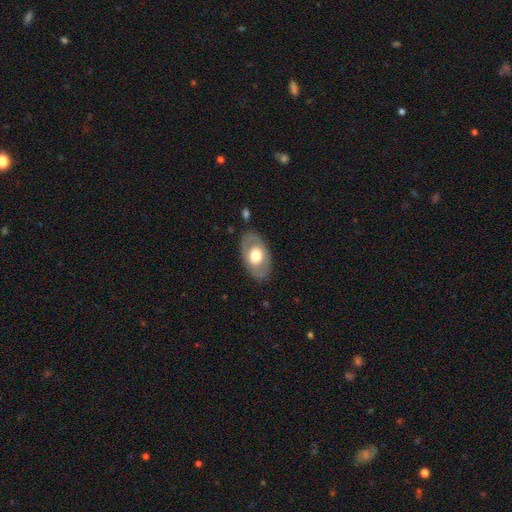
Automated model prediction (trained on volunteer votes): Q: Smooth or featured?
A: smooth (51%); runner-up: featured or disk (44%)
Q: How rounded?
A: in between (87%); runner-up: round (12%)
Q: Merging?
A: none (83%); runner-up: minor disturbance (12%)